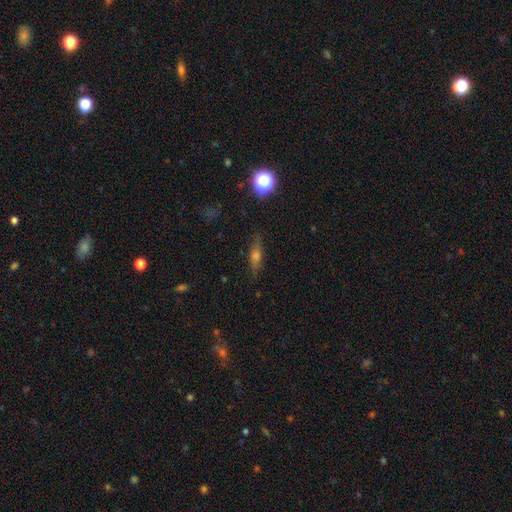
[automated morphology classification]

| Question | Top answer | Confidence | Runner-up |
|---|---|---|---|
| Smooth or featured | featured or disk | 44% | smooth (38%) |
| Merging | none | 85% | minor disturbance (11%) |